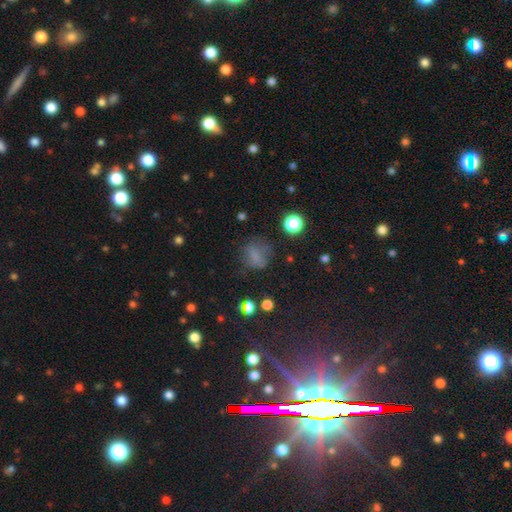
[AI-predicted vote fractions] This is likely a smooth galaxy (66%). How rounded: likely round (70%). Merging: possibly none (60%).